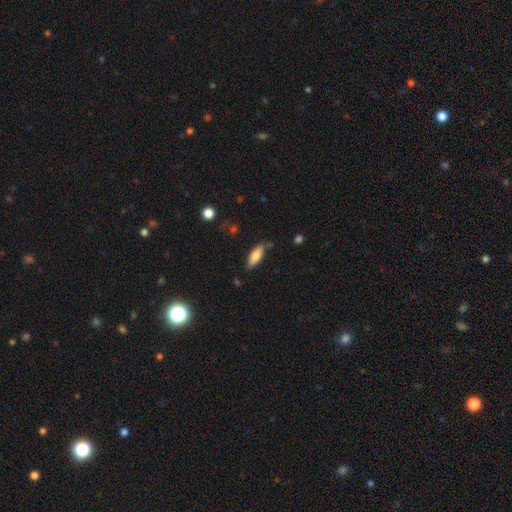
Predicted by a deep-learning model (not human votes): Q: Smooth or featured?
A: smooth (74%); runner-up: featured or disk (19%)
Q: How rounded?
A: in between (64%); runner-up: cigar-shaped (34%)
Q: Merging?
A: none (74%); runner-up: minor disturbance (19%)